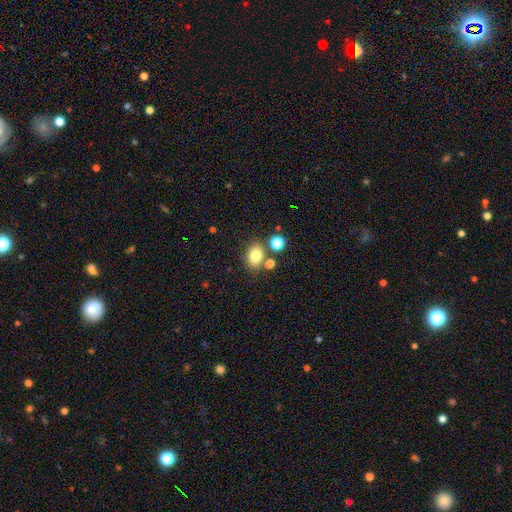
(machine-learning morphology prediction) Smooth or featured: smooth — 80% (star or artifact — 12%)
How rounded: in between — 60% (round — 39%)
Merging: none — 67% (merger — 17%)